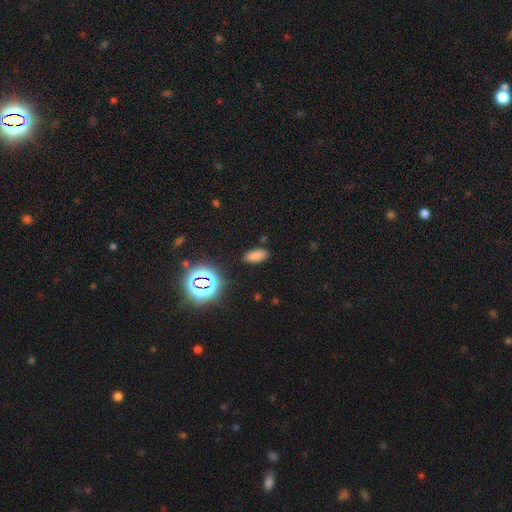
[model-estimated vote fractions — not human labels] smooth_or_featured: smooth (p=0.75) [alt: star or artifact p=0.19]
how_rounded: in between (p=0.87) [alt: cigar-shaped p=0.09]
merging: none (p=0.87) [alt: minor disturbance p=0.09]